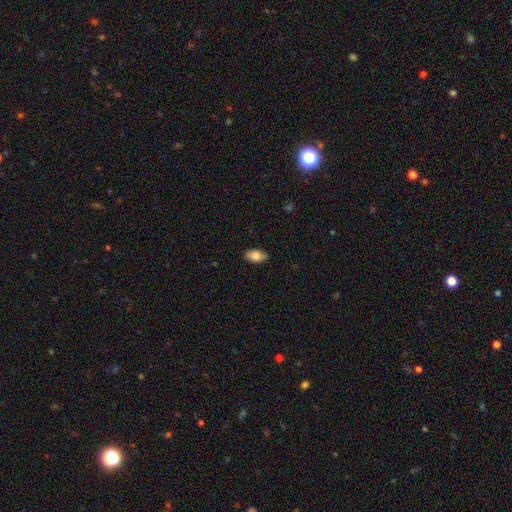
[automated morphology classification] Overall: smooth (81%). How rounded: in between (93%). Merging: none (88%).